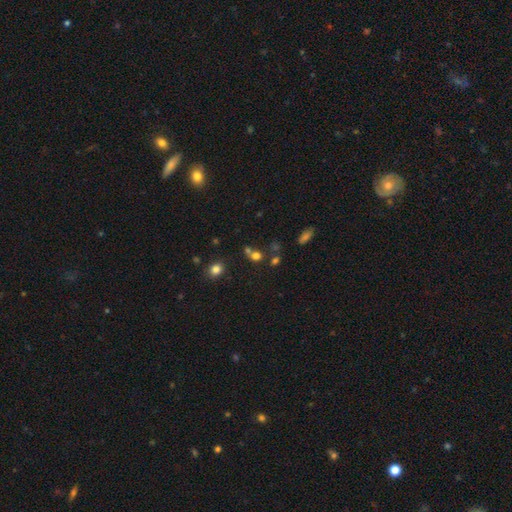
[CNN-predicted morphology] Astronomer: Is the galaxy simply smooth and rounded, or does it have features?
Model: smooth — 69%.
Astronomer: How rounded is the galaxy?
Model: round — 74%.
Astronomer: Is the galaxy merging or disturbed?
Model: none — 49% (runner-up: merger, 37%).